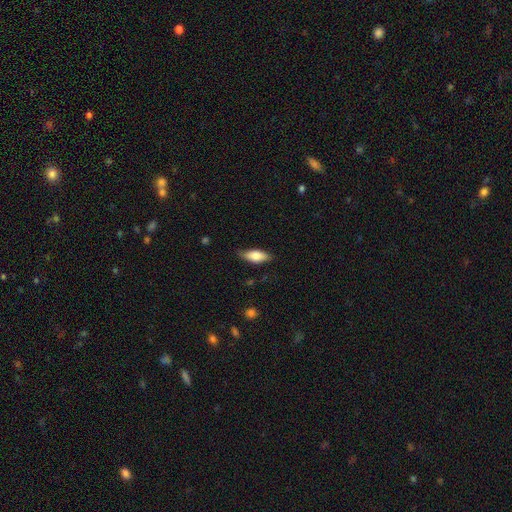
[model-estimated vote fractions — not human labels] A smooth galaxy with no disk features (75%) that is in between round and cigar-shaped (79%).

Vote fractions:
- Smooth or featured? smooth: 75% / featured or disk: 19% / star or artifact: 6%
- How rounded? in between: 79% / cigar-shaped: 18% / round: 3%
- Merging? none: 75% / minor disturbance: 20% / major disturbance: 4% / merger: 1%